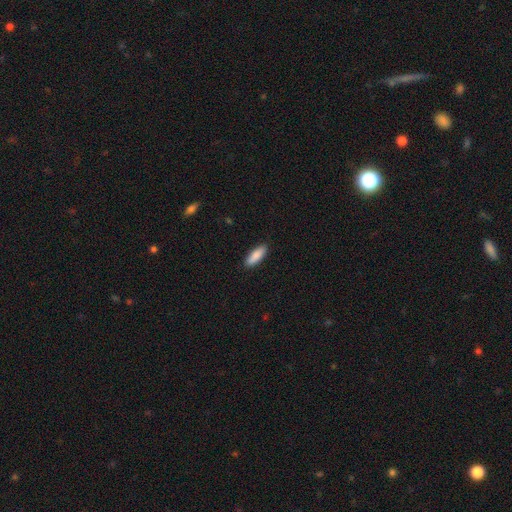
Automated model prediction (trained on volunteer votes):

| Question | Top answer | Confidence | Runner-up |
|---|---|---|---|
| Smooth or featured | smooth | 88% | featured or disk (6%) |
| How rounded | in between | 60% | cigar-shaped (38%) |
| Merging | none | 89% | minor disturbance (8%) |